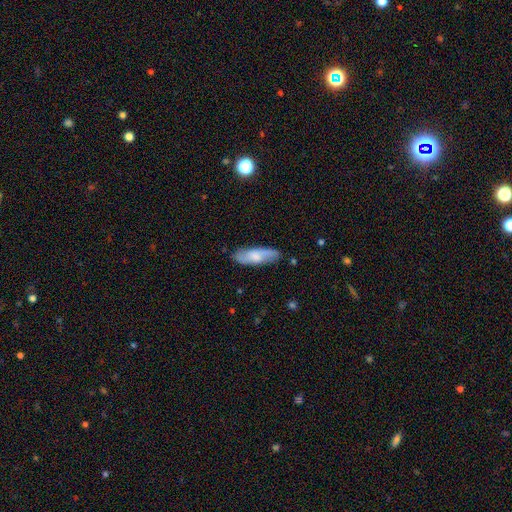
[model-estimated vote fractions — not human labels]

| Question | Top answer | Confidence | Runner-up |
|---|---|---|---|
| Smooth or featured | smooth | 61% | featured or disk (33%) |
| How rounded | in between | 53% | cigar-shaped (45%) |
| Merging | none | 81% | minor disturbance (15%) |